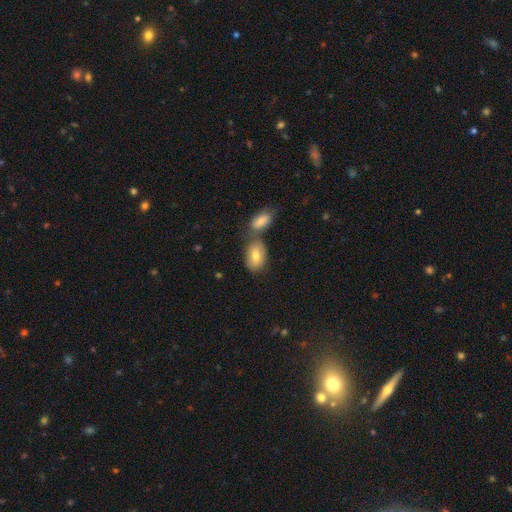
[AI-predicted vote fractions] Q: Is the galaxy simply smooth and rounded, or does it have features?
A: smooth — 78%.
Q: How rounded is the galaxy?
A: in between — 91%.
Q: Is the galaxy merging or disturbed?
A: none — 50%.